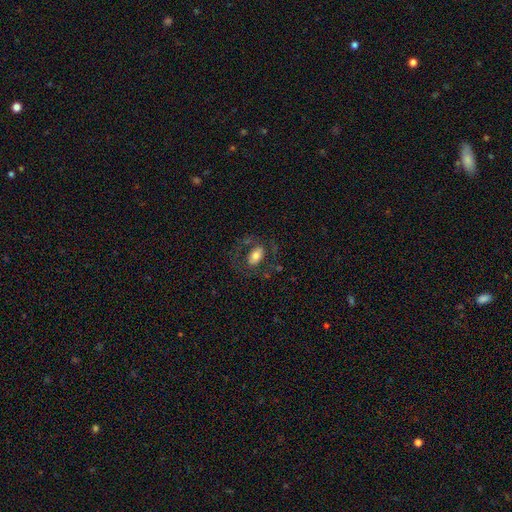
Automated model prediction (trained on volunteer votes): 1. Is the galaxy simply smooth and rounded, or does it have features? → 62% smooth, 30% featured or disk, 8% star or artifact.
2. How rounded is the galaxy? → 87% in between, 11% round, 2% cigar-shaped.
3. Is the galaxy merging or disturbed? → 65% none, 17% major disturbance, 15% minor disturbance, 3% merger.